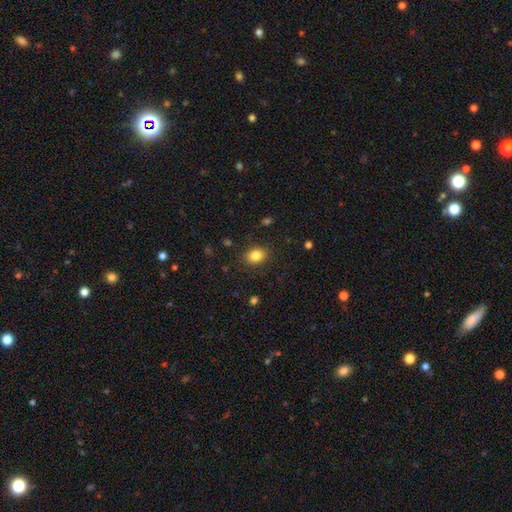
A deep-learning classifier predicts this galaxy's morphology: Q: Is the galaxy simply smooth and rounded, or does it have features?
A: smooth — 84%.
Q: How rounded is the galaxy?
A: in between — 70%.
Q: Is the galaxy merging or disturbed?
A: none — 86%.